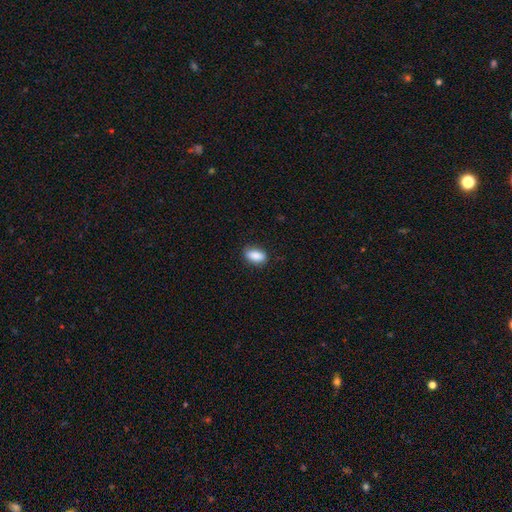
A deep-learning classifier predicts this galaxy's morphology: This appears to be a smooth galaxy with no disk features (87%) that is in between round and cigar-shaped (90%). Merging: none (84%).